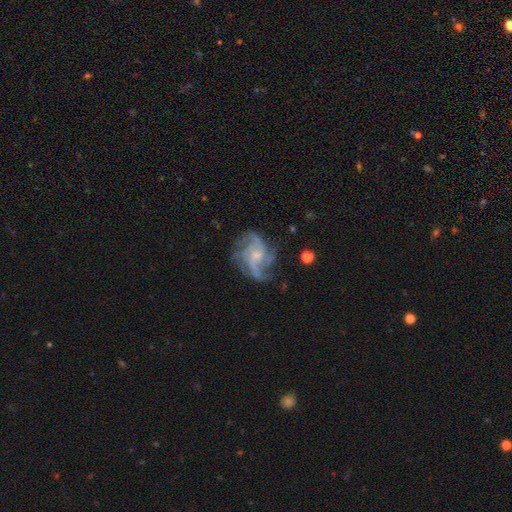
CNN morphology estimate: A featured or disk galaxy (87%) with no bar (67%), 4 (33%, tied with 3) medium (49%) spiral arms (97%) and a small central bulge (57%).

Vote fractions:
- Smooth or featured? featured or disk: 87% / star or artifact: 6% / smooth: 6%
- Edge-on disk? no: 98% / yes: 2%
- Bar? no: 67% / weak: 28% / strong: 5%
- Spiral arms? yes: 97% / no: 3%
- Spiral winding? medium: 49% / tight: 31% / loose: 19%
- Spiral arm count? 4: 33% (tied) / 3: 33% (tied) / can't tell: 12% / 2: 9% / more than 4: 7% / 1: 6%
- Bulge size? small: 57% / moderate: 31% / none: 9% / large: 2% / dominant: 1%
- Merging? none: 70% / minor disturbance: 17% / major disturbance: 11% / merger: 2%